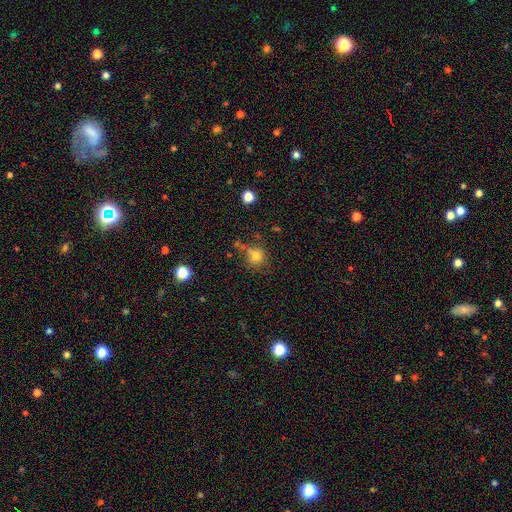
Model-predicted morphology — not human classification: smooth 77%, star or artifact 14%, featured or disk 9%. Down the decision tree: how rounded — round (87%); merging — none (62%).